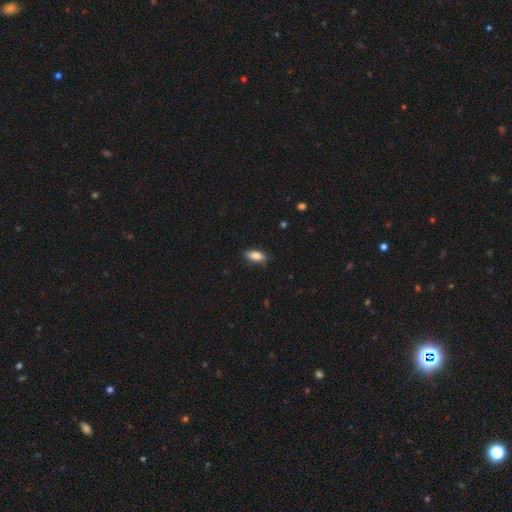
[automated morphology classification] The model was most divided on "how rounded": in between: 80%, cigar-shaped: 17%, round: 3%. More confident: smooth or featured — smooth (82%); merging — none (82%).